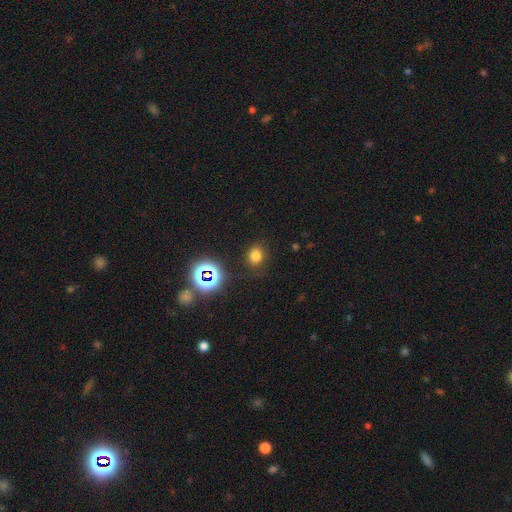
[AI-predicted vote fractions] The model was most divided on "how rounded": round: 64%, in between: 35%, cigar-shaped: 1%. More confident: merging — none (83%); smooth or featured — smooth (72%).